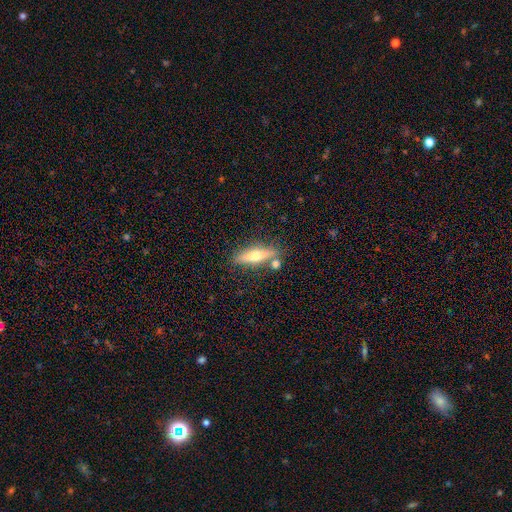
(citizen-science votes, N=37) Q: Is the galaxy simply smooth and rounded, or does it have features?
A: featured or disk — 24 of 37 (65%).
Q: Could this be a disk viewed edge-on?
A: yes — 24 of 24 (100%).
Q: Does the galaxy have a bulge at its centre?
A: rounded — 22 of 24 (92%).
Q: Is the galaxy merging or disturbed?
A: none — 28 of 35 (80%).